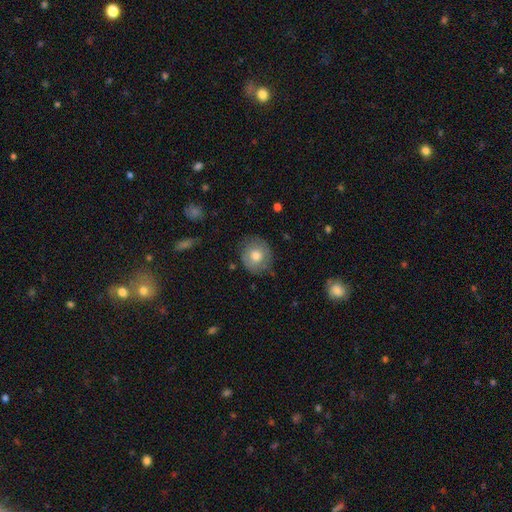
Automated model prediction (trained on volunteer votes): A smooth galaxy with no disk features (64%) that is round (82%). Merging: none (76%).